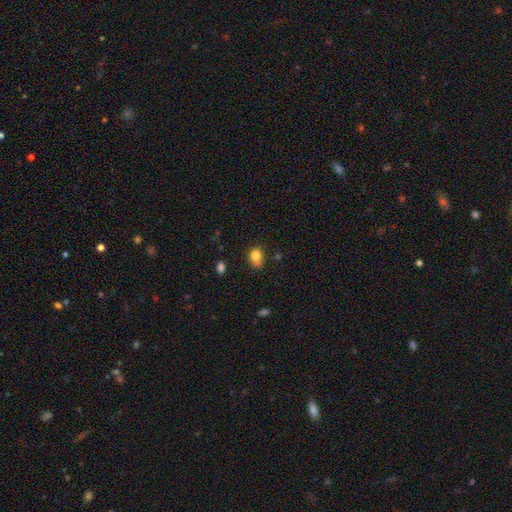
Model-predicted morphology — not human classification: The model was most divided on "how rounded": in between: 55%, round: 44%, cigar-shaped: 1%. More confident: smooth or featured — smooth (80%); merging — none (51%).